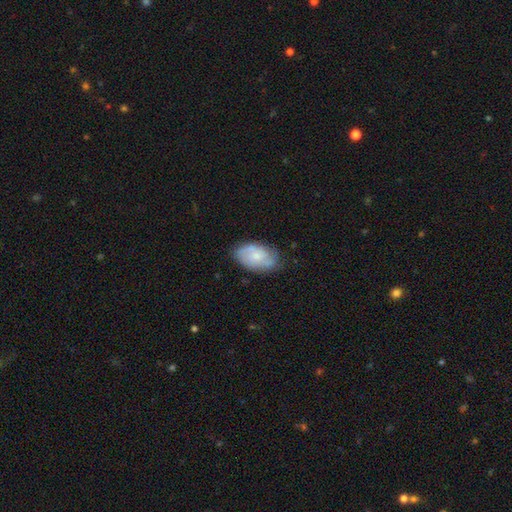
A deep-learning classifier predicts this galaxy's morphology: A featured or disk galaxy (58%) with no bar (71%), spiral arms (83%) and a small central bulge (60%).

Vote fractions:
- Smooth or featured? featured or disk: 58% / smooth: 35% / star or artifact: 6%
- Edge-on disk? no: 96% / yes: 4%
- Bar? no: 71% / weak: 25% / strong: 3%
- Spiral arms? yes: 83% / no: 17%
- Bulge size? small: 60% / moderate: 29% / none: 8% / large: 2% / dominant: 1%
- Merging? none: 71% / minor disturbance: 22% / major disturbance: 5% / merger: 2%